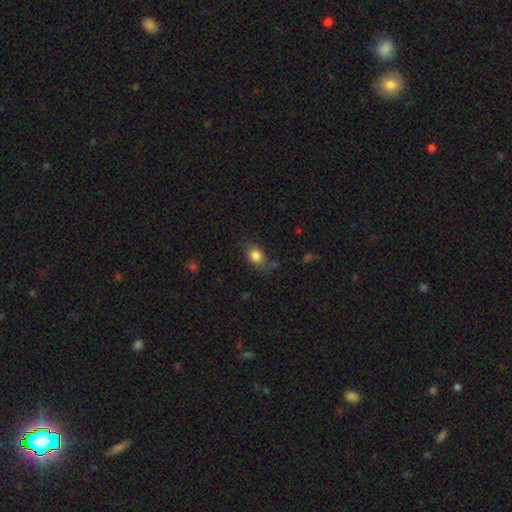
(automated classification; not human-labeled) A smooth galaxy with no disk features (79%) that is in between round and cigar-shaped (64%). Merging: none (66%).